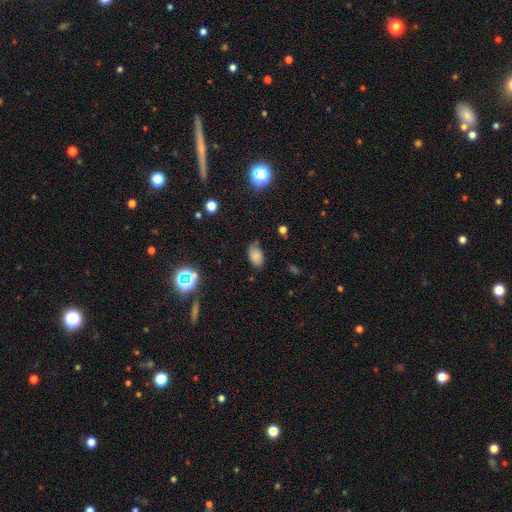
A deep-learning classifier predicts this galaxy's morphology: Smooth or featured?
  - smooth: 75% *
  - star or artifact: 13%
  - featured or disk: 12%
How rounded?
  - in between: 91% *
  - round: 7%
  - cigar-shaped: 2%
Merging?
  - none: 61% *
  - minor disturbance: 31%
  - major disturbance: 7%
  - merger: 2%